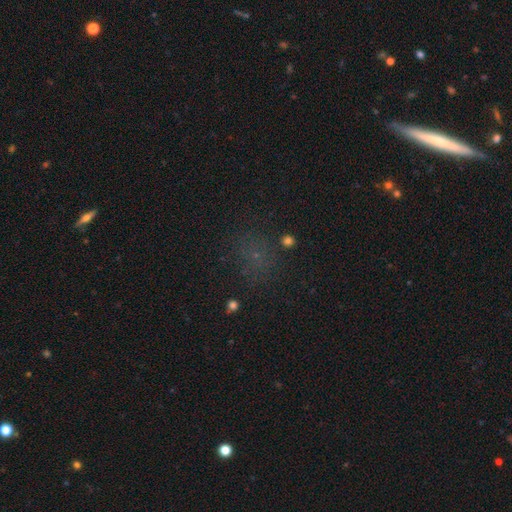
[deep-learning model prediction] smooth-or-featured: smooth: 47% | star or artifact: 43% | featured or disk: 11%
  merging: none: 74% | minor disturbance: 14% | major disturbance: 9% | merger: 4%